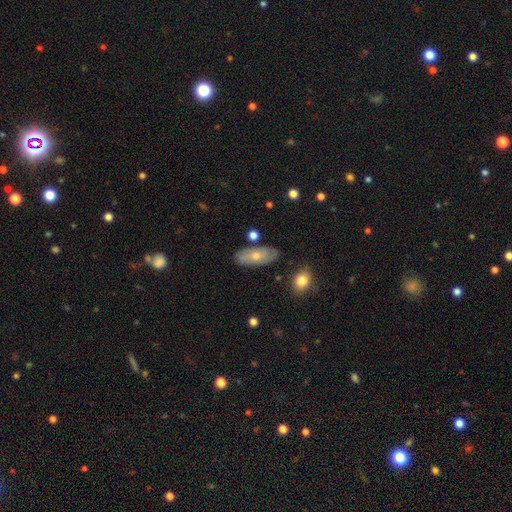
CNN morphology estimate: This is likely a smooth galaxy (61%). How rounded: clearly in between (86%). Merging: likely none (78%).